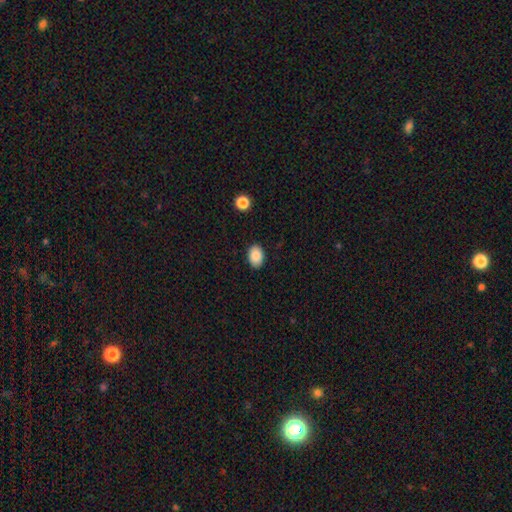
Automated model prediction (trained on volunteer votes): smooth_or_featured: smooth (p=0.88) [alt: star or artifact p=0.08]
how_rounded: in between (p=0.81) [alt: round p=0.18]
merging: none (p=0.89) [alt: minor disturbance p=0.08]